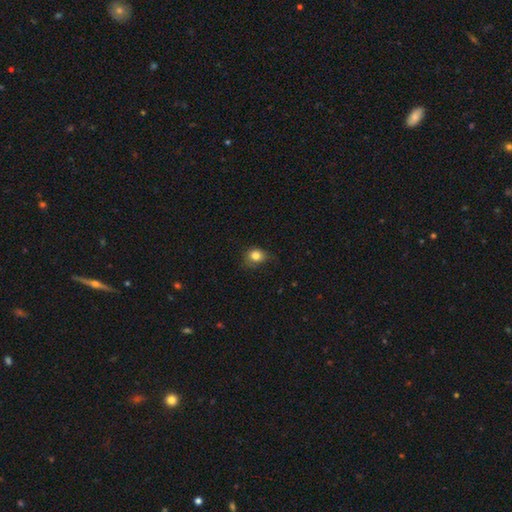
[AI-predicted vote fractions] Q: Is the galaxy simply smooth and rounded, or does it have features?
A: smooth — 82%.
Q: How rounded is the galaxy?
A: round — 67%.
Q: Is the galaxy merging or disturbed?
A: none — 59%.